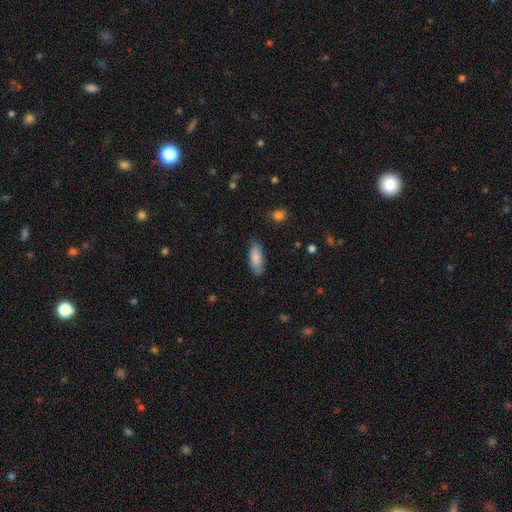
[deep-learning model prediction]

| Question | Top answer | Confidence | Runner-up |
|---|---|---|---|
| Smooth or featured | smooth | 86% | featured or disk (8%) |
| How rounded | in between | 71% | cigar-shaped (27%) |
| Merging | none | 82% | minor disturbance (14%) |